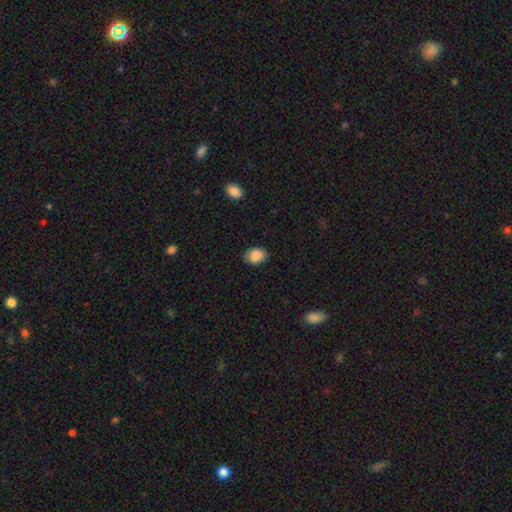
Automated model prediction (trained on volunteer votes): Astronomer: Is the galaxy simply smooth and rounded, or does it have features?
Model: smooth — 87%.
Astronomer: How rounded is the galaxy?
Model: in between — 66%.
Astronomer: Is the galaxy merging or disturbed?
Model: none — 78%.